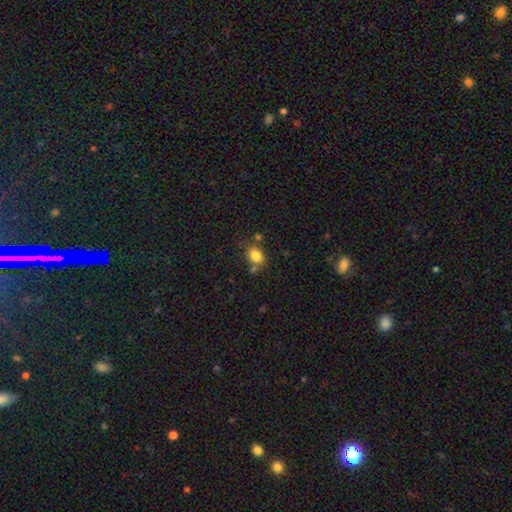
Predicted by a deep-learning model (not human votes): Overall: smooth (83%). How rounded: in between (65%; round 34%). Merging: none (68%).